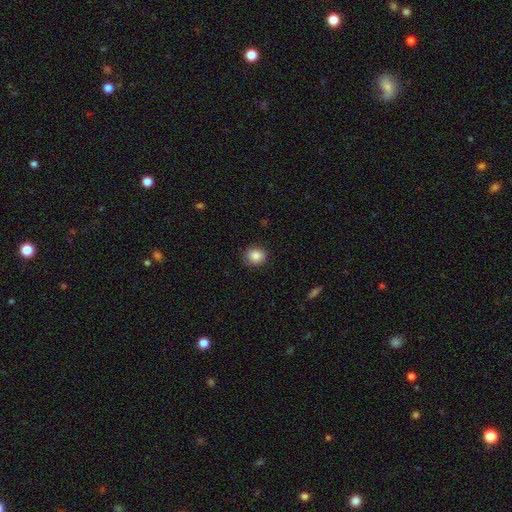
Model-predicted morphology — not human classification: smooth-or-featured: smooth: 86% | star or artifact: 9% | featured or disk: 4%
  how-rounded: round: 74% | in between: 25% | cigar-shaped: 1%
  merging: none: 86% | minor disturbance: 10% | major disturbance: 2% | merger: 1%